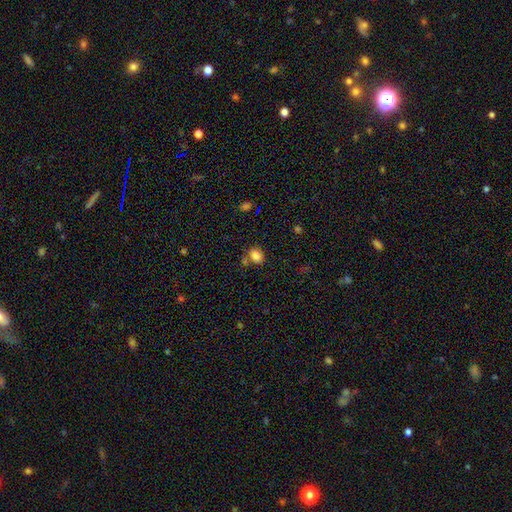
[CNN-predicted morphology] Smooth or featured?
  - smooth: 84% *
  - star or artifact: 11%
  - featured or disk: 5%
How rounded?
  - in between: 56% *
  - round: 43%
  - cigar-shaped: 1%
Merging?
  - none: 68% *
  - merger: 14%
  - minor disturbance: 13%
  - major disturbance: 4%